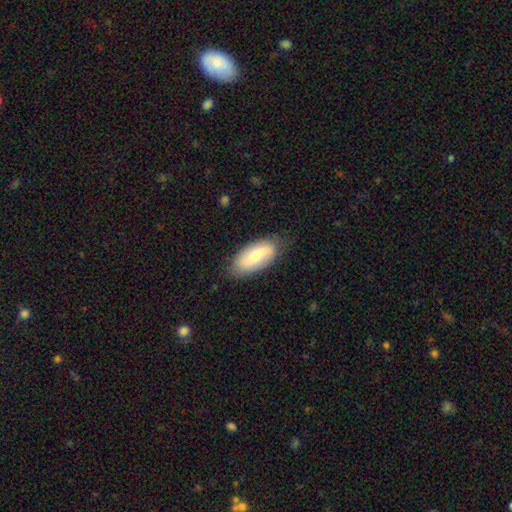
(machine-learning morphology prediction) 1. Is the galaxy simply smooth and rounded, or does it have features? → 53% smooth, 42% featured or disk, 6% star or artifact.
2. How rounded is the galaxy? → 85% in between, 13% cigar-shaped, 3% round.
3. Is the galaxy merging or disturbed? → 82% none, 14% minor disturbance, 3% major disturbance, 1% merger.